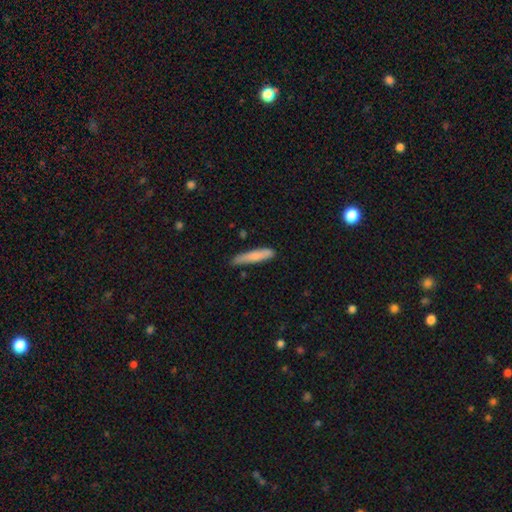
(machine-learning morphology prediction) type=smooth (78%); roundness=cigar-shaped (89%); merging=none (73%).